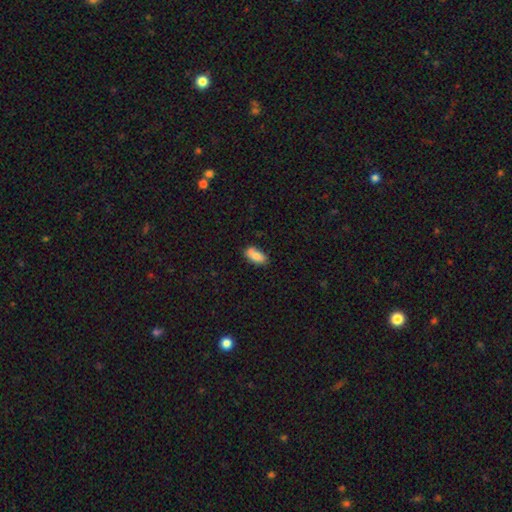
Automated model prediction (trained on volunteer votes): Smooth or featured? smooth (80%)
How rounded? in between (89%)
Merging? none (63%)